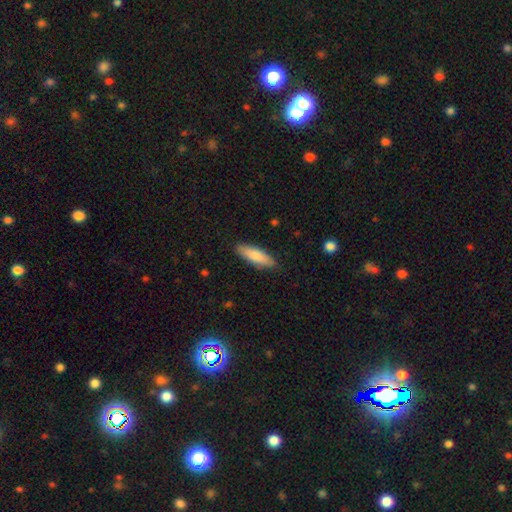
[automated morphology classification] This appears to be a smooth galaxy with no disk features (83%) that is in between round and cigar-shaped (52%). Merging: none (86%).